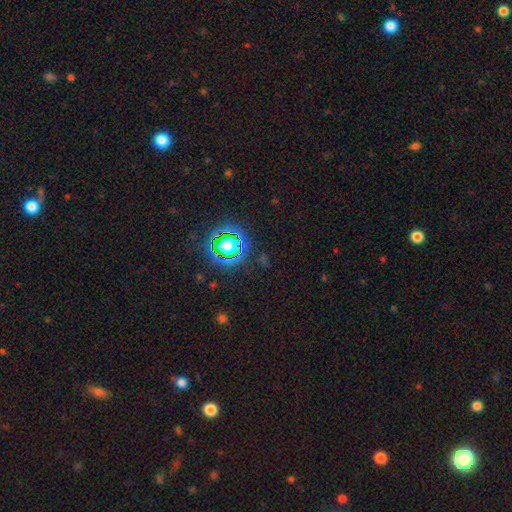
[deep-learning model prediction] smooth-or-featured: star or artifact: 81% | smooth: 12% | featured or disk: 7%